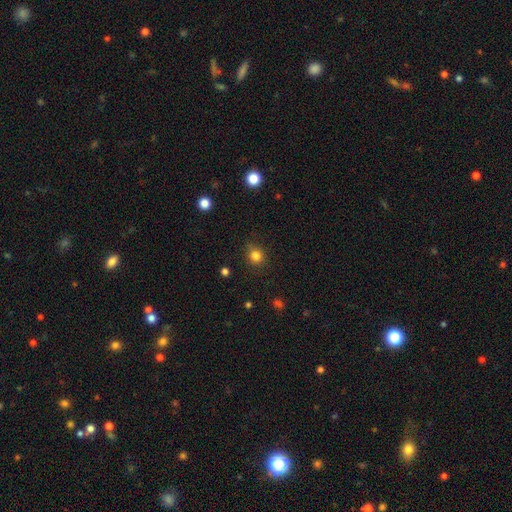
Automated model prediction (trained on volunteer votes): smooth_or_featured: smooth (p=0.82) [alt: star or artifact p=0.13]
how_rounded: round (p=0.86) [alt: in between p=0.13]
merging: none (p=0.80) [alt: minor disturbance p=0.14]